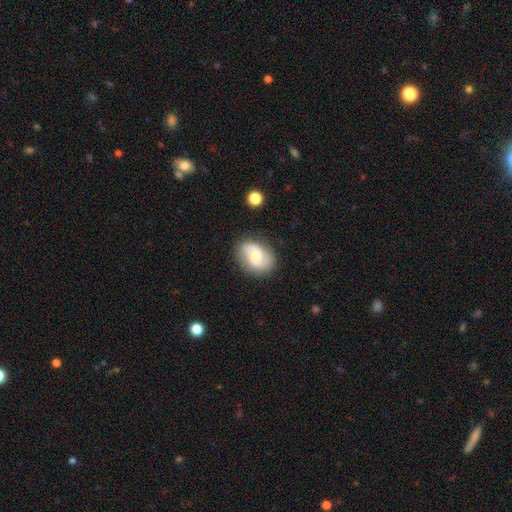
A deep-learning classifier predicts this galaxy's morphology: Smooth or featured: featured or disk — 60% (smooth — 33%)
Edge-on disk: no — 97% (yes — 3%)
Bar: no — 59% (weak — 35%)
Spiral arms: yes — 91% (no — 9%)
Spiral winding: medium — 41% (loose — 40%)
Spiral arm count: 2 — 87% (can't tell — 7%)
Bulge size: moderate — 50% (small — 41%)
Merging: none — 79% (minor disturbance — 15%)